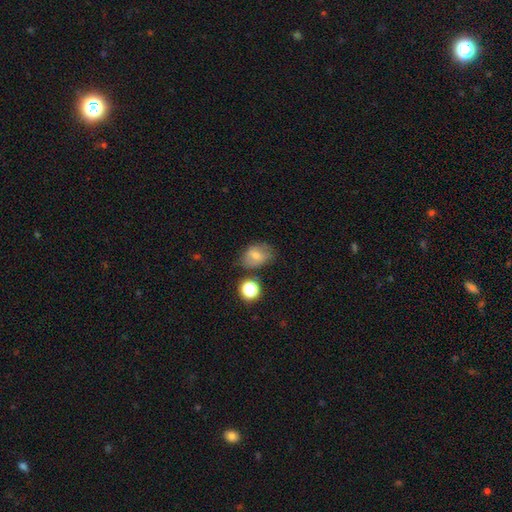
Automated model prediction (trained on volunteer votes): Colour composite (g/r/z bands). It shows a smooth galaxy with no disk features (65%) that is in between round and cigar-shaped (64%). Merging: none (61%).